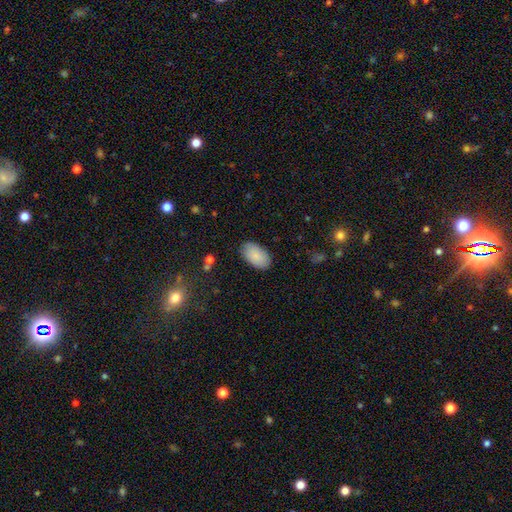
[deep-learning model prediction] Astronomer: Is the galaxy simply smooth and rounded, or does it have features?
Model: smooth — 86%.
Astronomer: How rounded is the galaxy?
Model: in between — 95%.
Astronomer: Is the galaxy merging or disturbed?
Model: none — 85%.